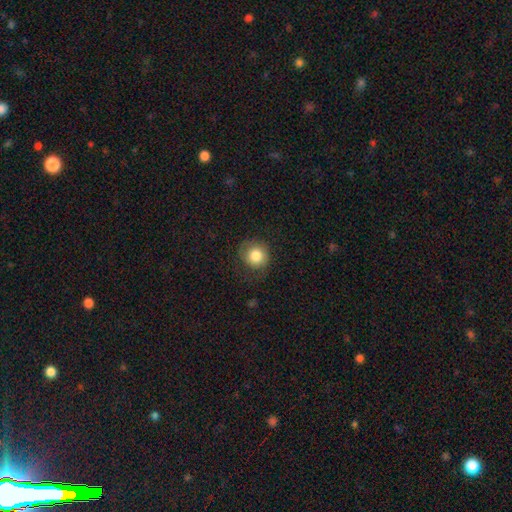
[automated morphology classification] Q: Smooth or featured?
A: smooth (81%); runner-up: featured or disk (10%)
Q: How rounded?
A: round (88%); runner-up: in between (11%)
Q: Merging?
A: none (71%); runner-up: minor disturbance (19%)